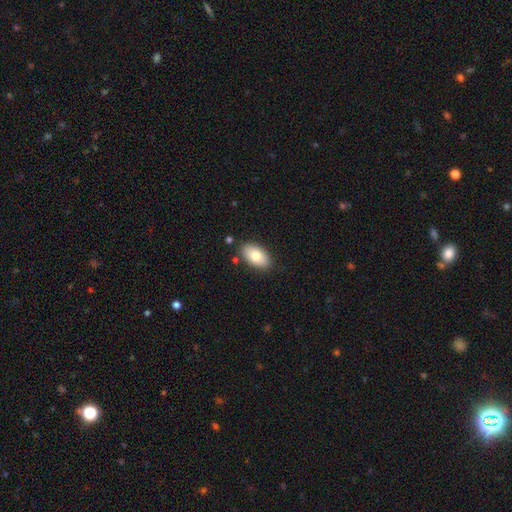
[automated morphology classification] A smooth galaxy with no disk features (77%) that is in between round and cigar-shaped (94%).

Vote fractions:
- Smooth or featured? smooth: 77% / featured or disk: 17% / star or artifact: 7%
- How rounded? in between: 94% / round: 4% / cigar-shaped: 2%
- Merging? none: 86% / minor disturbance: 10% / merger: 3% / major disturbance: 2%